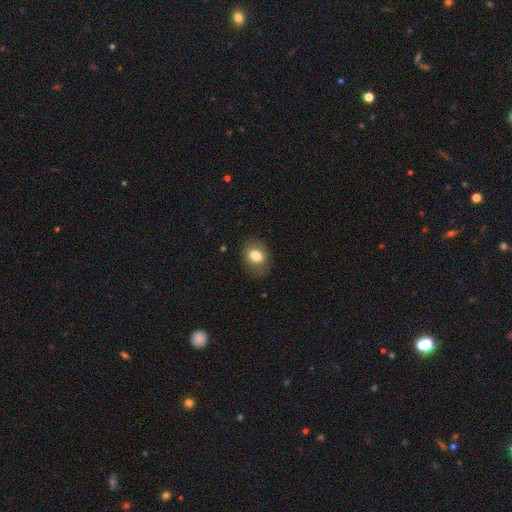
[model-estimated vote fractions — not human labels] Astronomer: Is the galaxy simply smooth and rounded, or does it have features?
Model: smooth — 77%.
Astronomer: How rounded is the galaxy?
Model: in between — 67%.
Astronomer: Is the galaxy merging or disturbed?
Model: none — 78%.